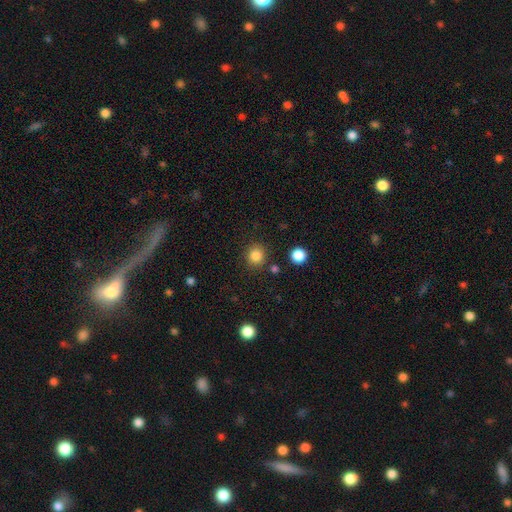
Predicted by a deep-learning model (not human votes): Overall: smooth (84%). How rounded: round (89%). Merging: none (86%).